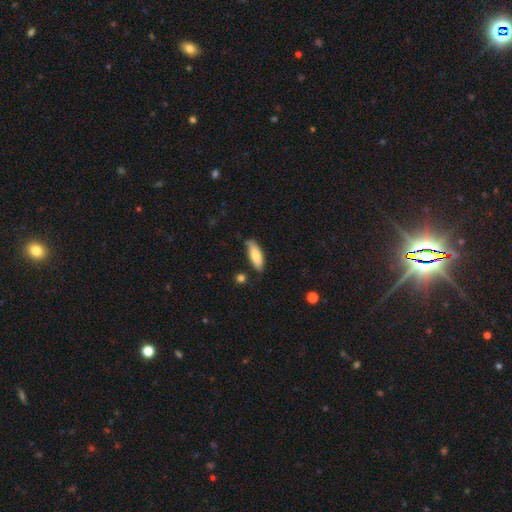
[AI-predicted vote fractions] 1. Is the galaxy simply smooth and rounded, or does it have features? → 78% smooth, 16% featured or disk, 6% star or artifact.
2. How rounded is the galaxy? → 62% in between, 37% cigar-shaped, 2% round.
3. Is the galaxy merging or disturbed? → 69% none, 24% minor disturbance, 4% major disturbance, 3% merger.